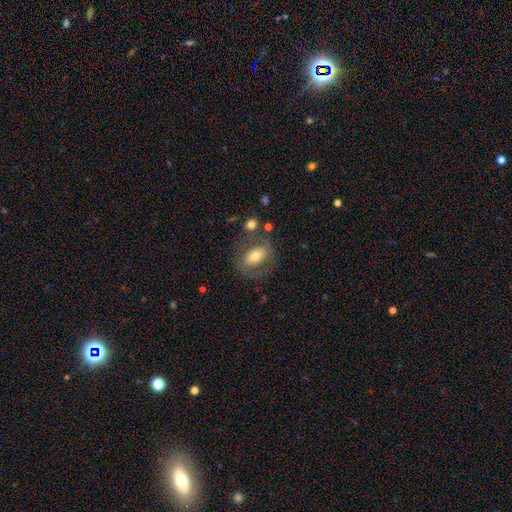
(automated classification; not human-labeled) A smooth galaxy with no disk features (55%) that is in between round and cigar-shaped (80%).

Vote fractions:
- Smooth or featured? smooth: 55% / featured or disk: 37% / star or artifact: 8%
- How rounded? in between: 80% / round: 17% / cigar-shaped: 2%
- Merging? none: 66% / minor disturbance: 17% / major disturbance: 12% / merger: 6%